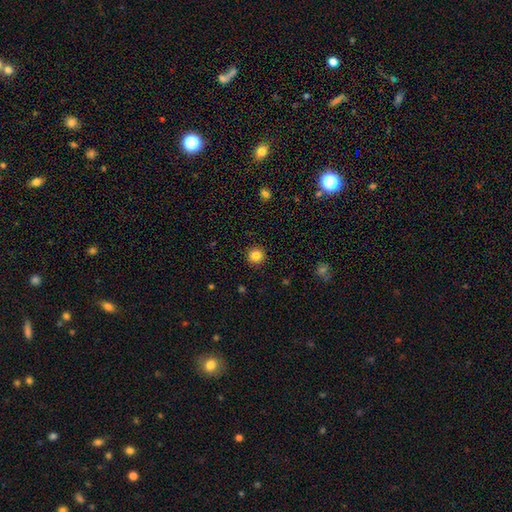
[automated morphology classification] type=smooth (85%); roundness=round (94%); merging=none (92%).